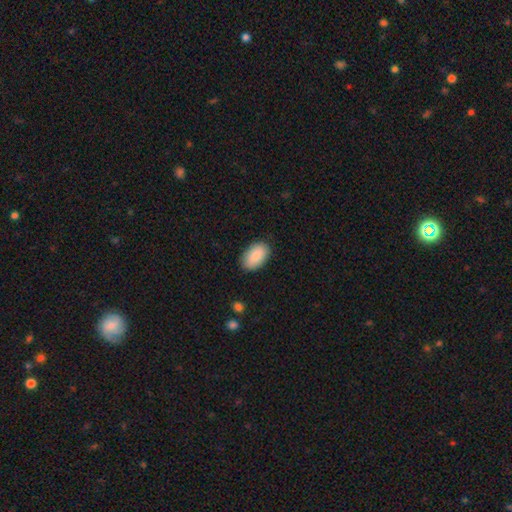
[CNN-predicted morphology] The model was most divided on "merging": none: 87%, minor disturbance: 10%, major disturbance: 2%, merger: 1%. More confident: how rounded — in between (95%); smooth or featured — smooth (89%).